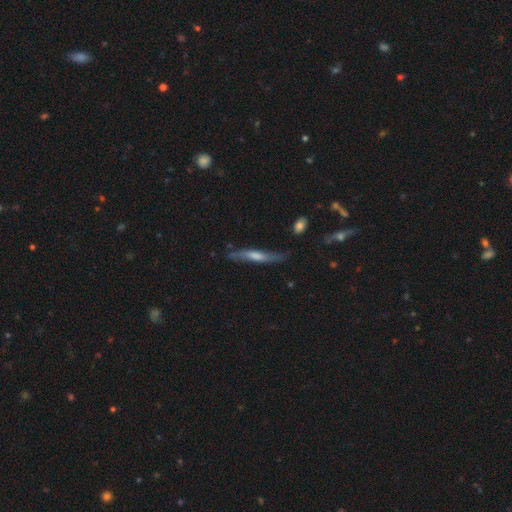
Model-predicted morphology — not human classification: type=featured or disk (51%); edge-on=yes (79%); merging=none (72%).